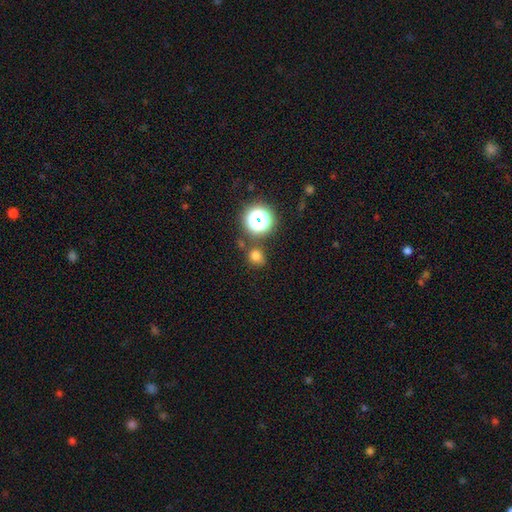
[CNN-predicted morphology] type=smooth (72%); roundness=round (76%); merging=none (74%).